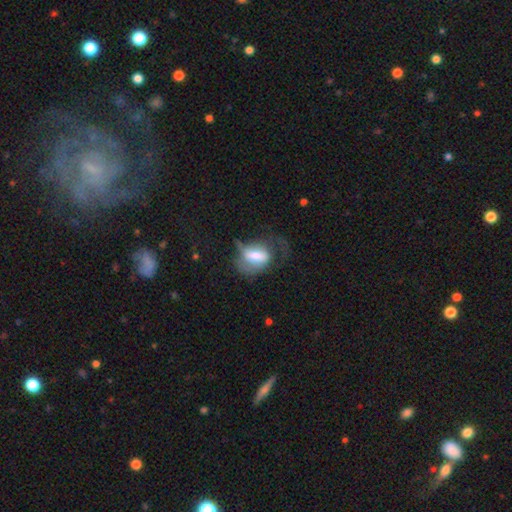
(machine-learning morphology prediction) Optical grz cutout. It shows a featured or disk galaxy (48%). Merging: major disturbance (45%).